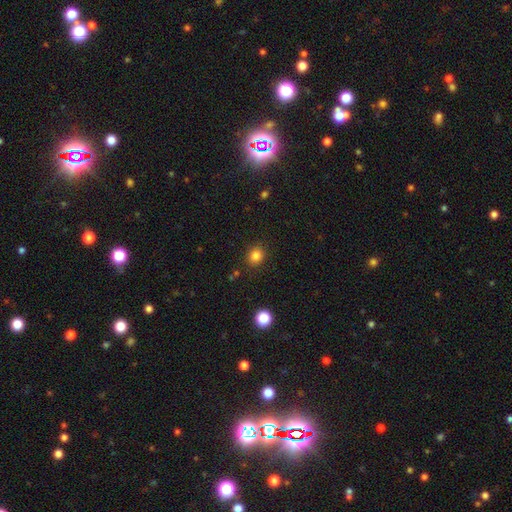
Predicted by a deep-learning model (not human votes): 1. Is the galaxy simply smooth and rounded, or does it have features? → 83% smooth, 12% star or artifact, 5% featured or disk.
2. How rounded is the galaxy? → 74% round, 25% in between, 1% cigar-shaped.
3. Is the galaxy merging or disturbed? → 89% none, 7% minor disturbance, 2% major disturbance, 2% merger.